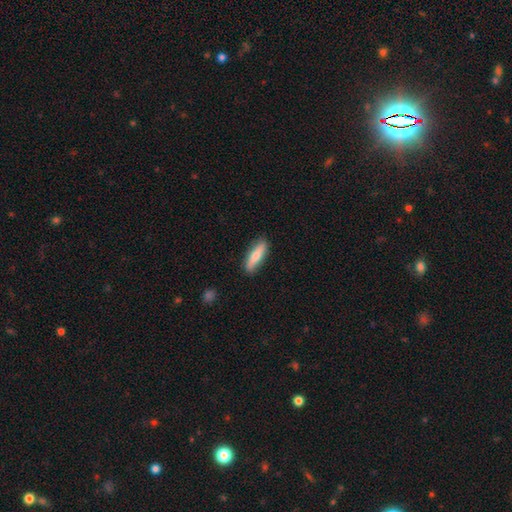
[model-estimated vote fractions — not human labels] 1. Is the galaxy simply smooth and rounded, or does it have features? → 65% smooth, 29% featured or disk, 5% star or artifact.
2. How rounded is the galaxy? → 63% cigar-shaped, 35% in between, 2% round.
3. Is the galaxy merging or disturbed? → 86% none, 11% minor disturbance, 2% major disturbance, 1% merger.